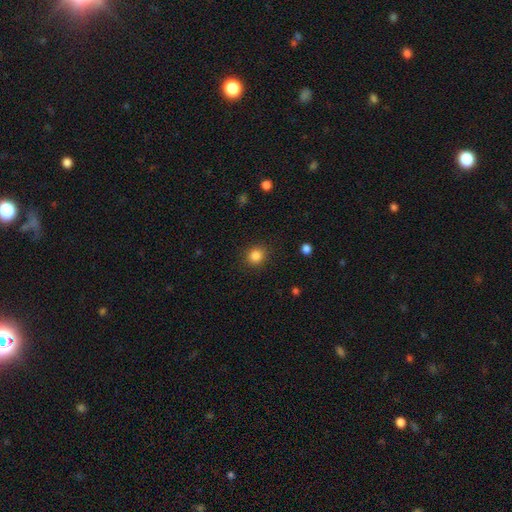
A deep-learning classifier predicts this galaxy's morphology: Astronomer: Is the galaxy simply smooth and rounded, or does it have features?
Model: smooth — 85%.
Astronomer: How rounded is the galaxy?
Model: round — 85%.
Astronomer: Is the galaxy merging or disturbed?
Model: none — 89%.